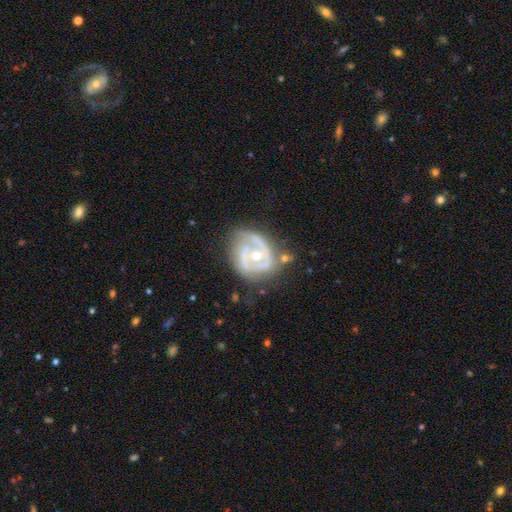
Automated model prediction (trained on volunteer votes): Smooth or featured?
  - featured or disk: 81% *
  - smooth: 14%
  - star or artifact: 5%
Edge-on disk?
  - no: 97% *
  - yes: 3%
Bar?
  - no: 60% *
  - weak: 27%
  - strong: 12%
Spiral arms?
  - yes: 76% *
  - no: 24%
Spiral winding?
  - tight: 51% *
  - medium: 35%
  - loose: 15%
Spiral arm count?
  - 2: 49% *
  - can't tell: 20%
  - 1: 19%
  - 3: 9%
  - 4: 2%
  - more than 4: 2%
Bulge size?
  - moderate: 63% *
  - small: 33%
  - large: 2%
  - none: 1%
  - dominant: 1%
Merging?
  - none: 54% *
  - minor disturbance: 26%
  - major disturbance: 15%
  - merger: 5%